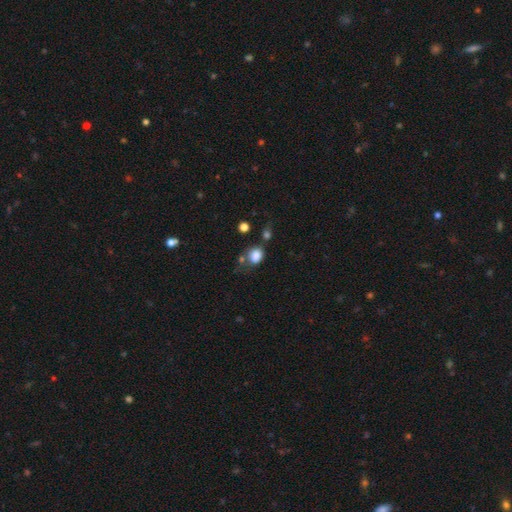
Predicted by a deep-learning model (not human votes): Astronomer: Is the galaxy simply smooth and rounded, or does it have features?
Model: smooth — 83%.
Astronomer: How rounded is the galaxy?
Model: round — 51% (runner-up: in between, 48%).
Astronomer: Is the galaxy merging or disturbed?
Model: none — 49%.